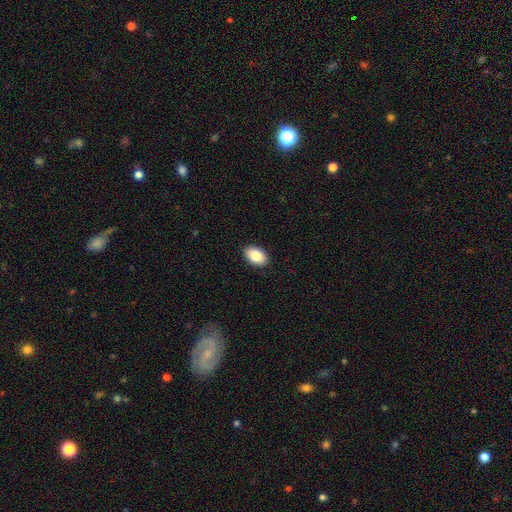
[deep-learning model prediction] This is clearly a smooth galaxy (85%). How rounded: clearly in between (91%). Merging: clearly none (91%).